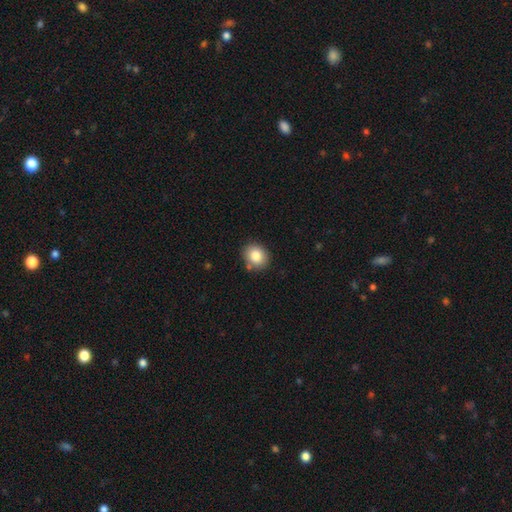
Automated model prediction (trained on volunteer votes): Smooth or featured: smooth — 83% (star or artifact — 9%)
How rounded: round — 65% (in between — 34%)
Merging: none — 83% (minor disturbance — 11%)